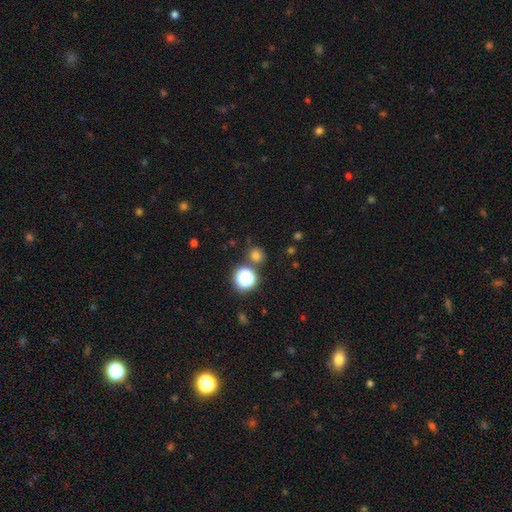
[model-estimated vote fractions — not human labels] A smooth galaxy with no disk features (72%) that is round (88%).

Vote fractions:
- Smooth or featured? smooth: 72% / star or artifact: 22% / featured or disk: 6%
- How rounded? round: 88% / in between: 11% / cigar-shaped: 1%
- Merging? none: 81% / minor disturbance: 9% / merger: 7% / major disturbance: 3%